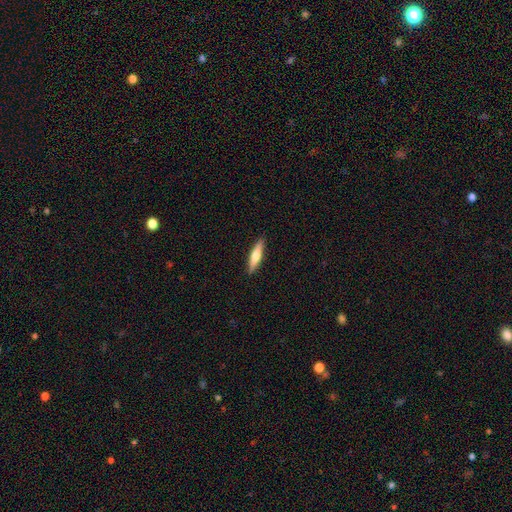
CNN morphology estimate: smooth_or_featured: smooth (p=0.55) [alt: featured or disk p=0.39]
how_rounded: cigar-shaped (p=0.81) [alt: in between p=0.18]
merging: none (p=0.90) [alt: minor disturbance p=0.07]